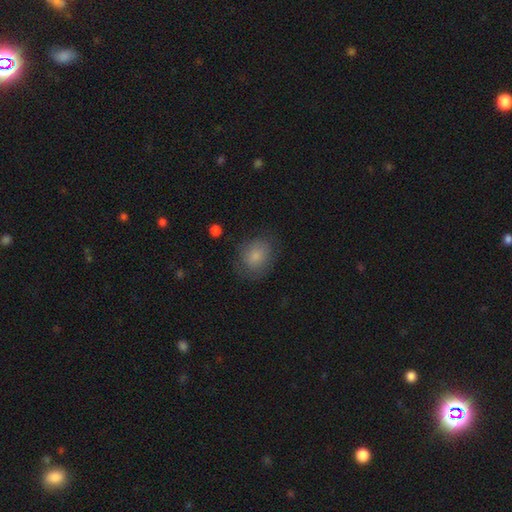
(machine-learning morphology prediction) Smooth or featured?
  - smooth: 81% *
  - featured or disk: 10%
  - star or artifact: 9%
How rounded?
  - round: 57% *
  - in between: 42%
  - cigar-shaped: 1%
Merging?
  - none: 71% *
  - minor disturbance: 20%
  - major disturbance: 7%
  - merger: 1%